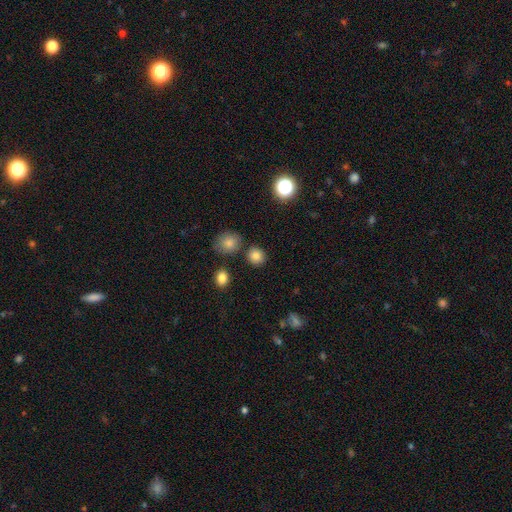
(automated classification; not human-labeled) Smooth or featured?
  - smooth: 82% *
  - star or artifact: 12%
  - featured or disk: 5%
How rounded?
  - round: 84% *
  - in between: 15%
  - cigar-shaped: 1%
Merging?
  - none: 83% *
  - minor disturbance: 8%
  - merger: 6%
  - major disturbance: 3%